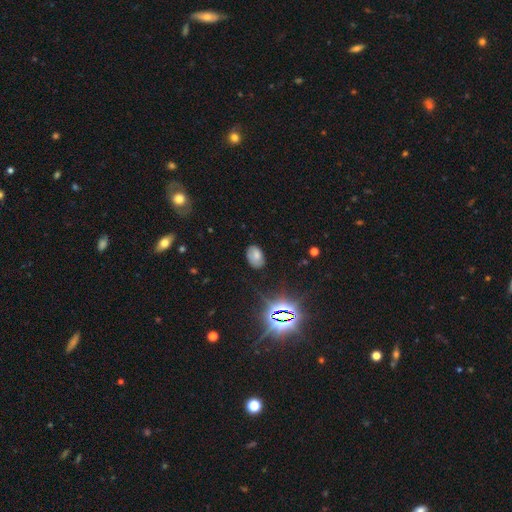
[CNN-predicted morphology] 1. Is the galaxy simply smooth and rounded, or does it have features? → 67% smooth, 19% star or artifact, 14% featured or disk.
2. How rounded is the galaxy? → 89% in between, 10% round, 1% cigar-shaped.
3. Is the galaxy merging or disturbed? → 76% none, 18% minor disturbance, 4% major disturbance, 1% merger.